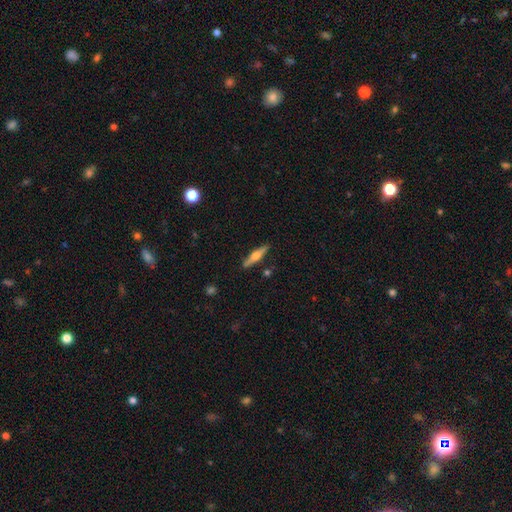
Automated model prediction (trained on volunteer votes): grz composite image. It shows a featured or disk galaxy (61%) viewed edge-on (97%) with a rounded central bulge (92%). Merging: none (89%).